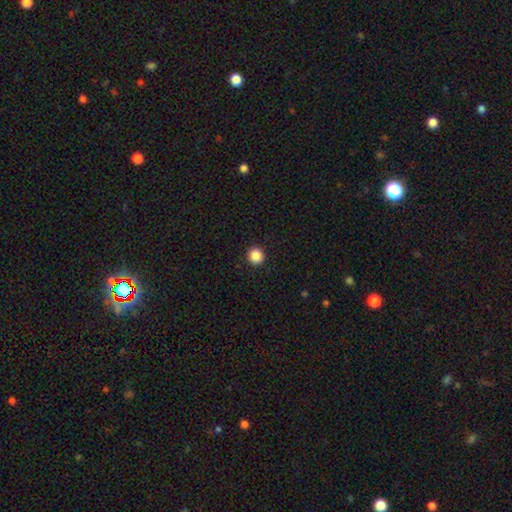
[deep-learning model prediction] This appears to be a smooth galaxy with no disk features (87%) that is round (92%). Merging: none (93%).